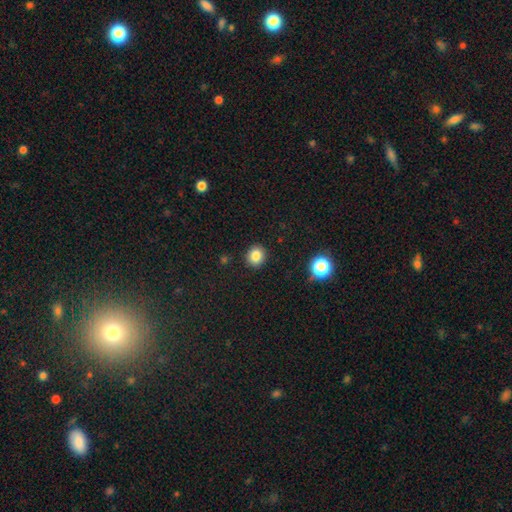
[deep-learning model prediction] This appears to be a smooth galaxy with no disk features (84%) that is round (83%). Merging: none (90%).